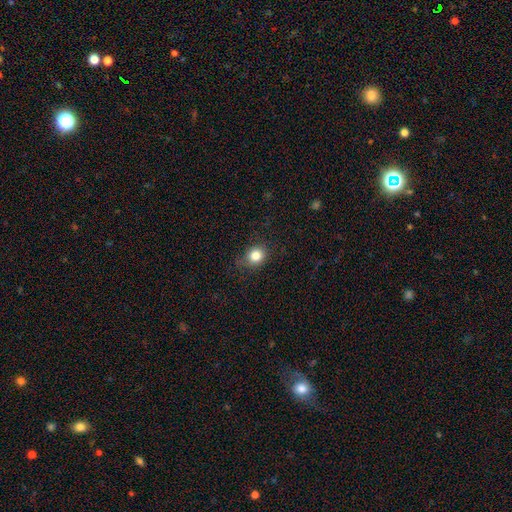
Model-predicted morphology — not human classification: This is clearly a smooth galaxy (82%). How rounded: likely round (76%). Merging: likely none (77%).